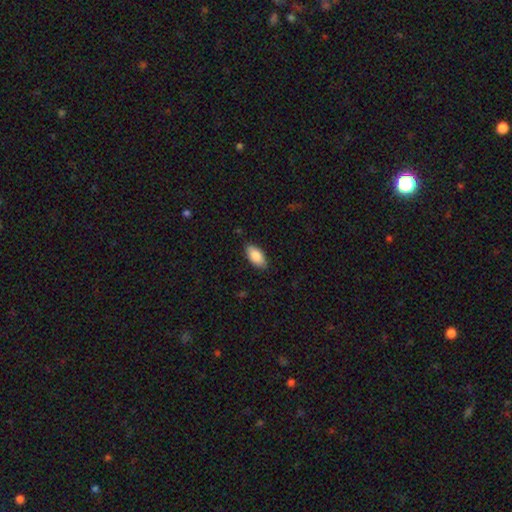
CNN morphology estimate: The model was most divided on "merging": none: 85%, minor disturbance: 12%, major disturbance: 2%, merger: 1%. More confident: how rounded — in between (93%); smooth or featured — smooth (87%).